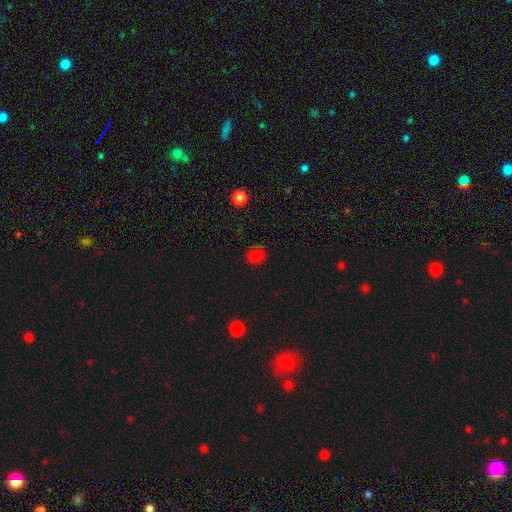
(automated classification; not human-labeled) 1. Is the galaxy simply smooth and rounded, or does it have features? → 76% smooth, 19% star or artifact, 5% featured or disk.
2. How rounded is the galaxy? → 85% round, 14% in between, 1% cigar-shaped.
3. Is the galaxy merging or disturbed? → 83% none, 12% minor disturbance, 3% major disturbance, 1% merger.